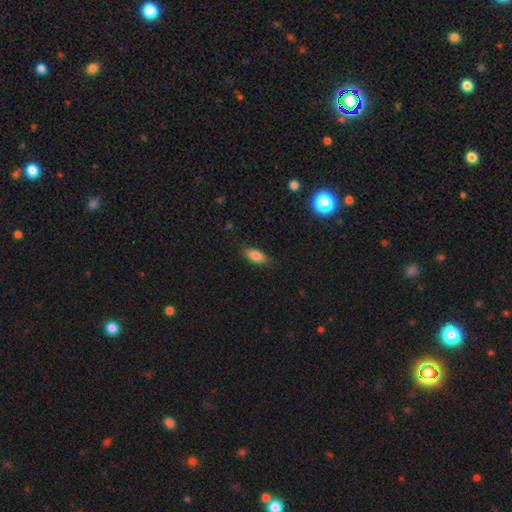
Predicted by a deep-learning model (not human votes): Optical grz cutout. It shows a smooth galaxy with no disk features (81%) that is in between round and cigar-shaped (80%). Merging: none (84%).